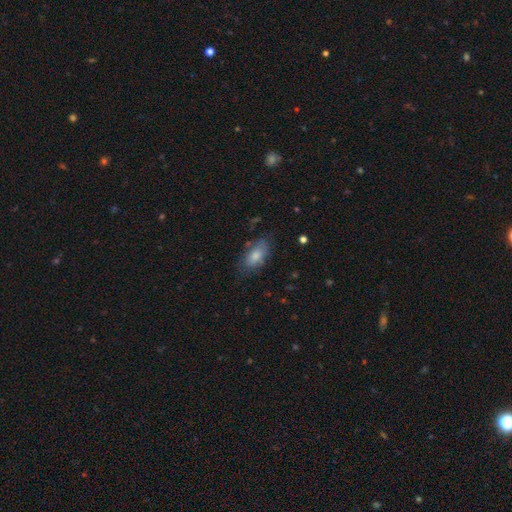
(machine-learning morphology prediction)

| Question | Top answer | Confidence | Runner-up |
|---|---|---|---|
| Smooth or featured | smooth | 78% | featured or disk (16%) |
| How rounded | in between | 90% | cigar-shaped (7%) |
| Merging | none | 70% | minor disturbance (22%) |